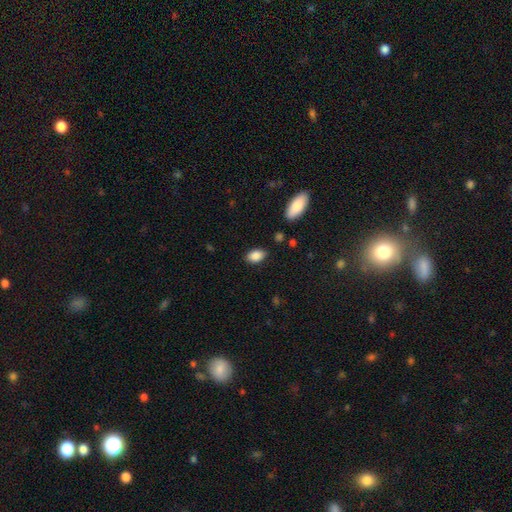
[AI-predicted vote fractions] Smooth or featured? smooth (88%)
How rounded? in between (91%)
Merging? none (83%)